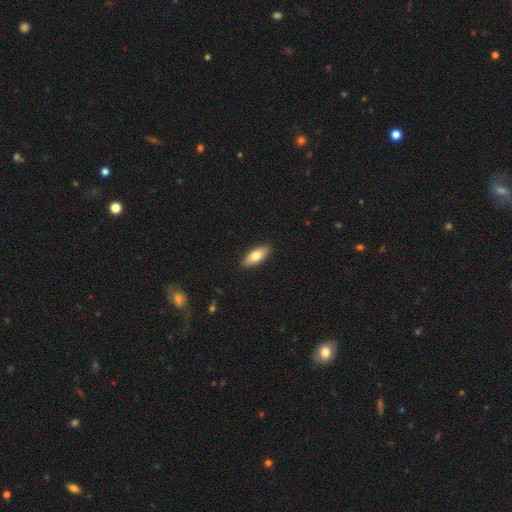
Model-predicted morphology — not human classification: smooth_or_featured: smooth (p=0.72) [alt: featured or disk p=0.22]
how_rounded: in between (p=0.76) [alt: cigar-shaped p=0.21]
merging: none (p=0.90) [alt: minor disturbance p=0.07]